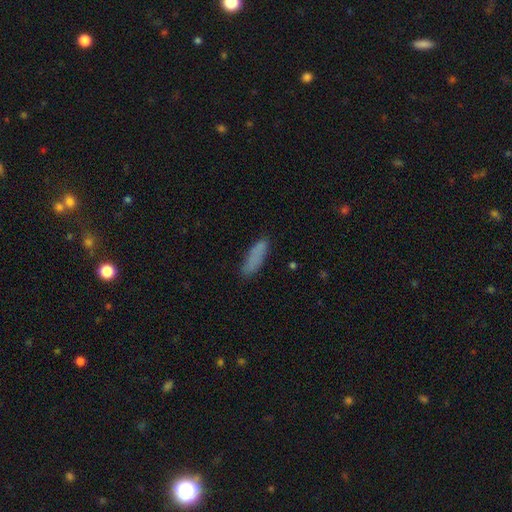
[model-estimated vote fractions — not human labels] smooth 82%, featured or disk 9%, star or artifact 9%. Down the decision tree: how rounded — cigar-shaped (66%); merging — none (78%).